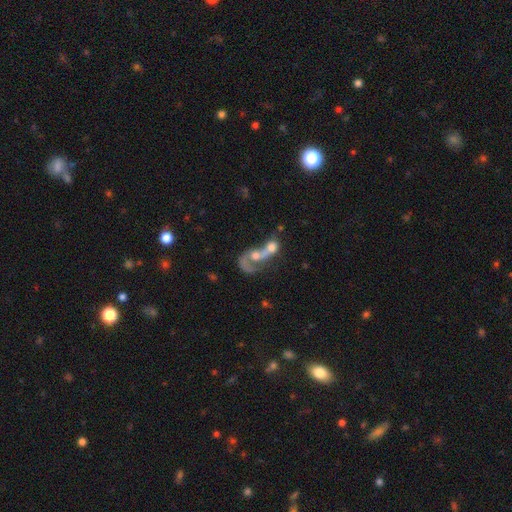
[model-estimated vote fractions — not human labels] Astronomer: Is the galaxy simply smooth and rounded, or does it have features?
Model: featured or disk — 60%.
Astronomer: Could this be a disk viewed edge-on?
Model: no — 95%.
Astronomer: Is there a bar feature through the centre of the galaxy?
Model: no — 72%.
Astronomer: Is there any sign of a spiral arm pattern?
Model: yes — 62% (runner-up: no, 38%).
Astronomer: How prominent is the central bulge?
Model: moderate — 42% (runner-up: small, 28%).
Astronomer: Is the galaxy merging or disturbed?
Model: merger — 72%.